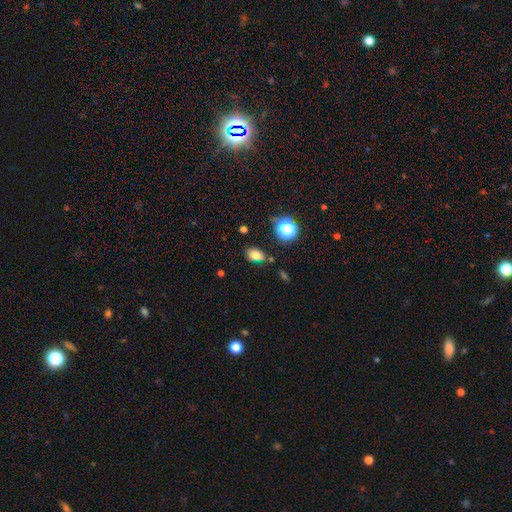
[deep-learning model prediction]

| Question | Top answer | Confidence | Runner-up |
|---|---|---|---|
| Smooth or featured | smooth | 76% | star or artifact (16%) |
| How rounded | in between | 77% | round (20%) |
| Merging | none | 71% | minor disturbance (18%) |